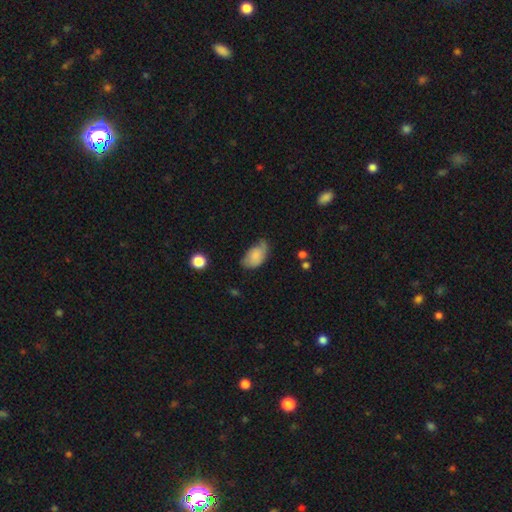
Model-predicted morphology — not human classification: Smooth or featured: smooth — 76% (featured or disk — 17%)
How rounded: in between — 93% (round — 5%)
Merging: minor disturbance — 43% (none — 40%)